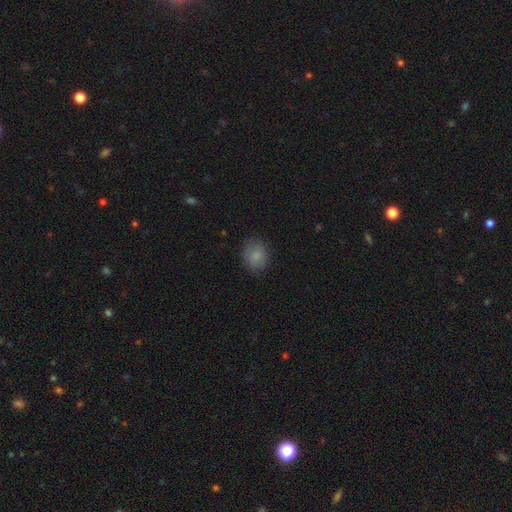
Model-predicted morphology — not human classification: The model was most divided on "how rounded": round: 64%, in between: 35%, cigar-shaped: 1%. More confident: smooth or featured — smooth (84%); merging — none (81%).